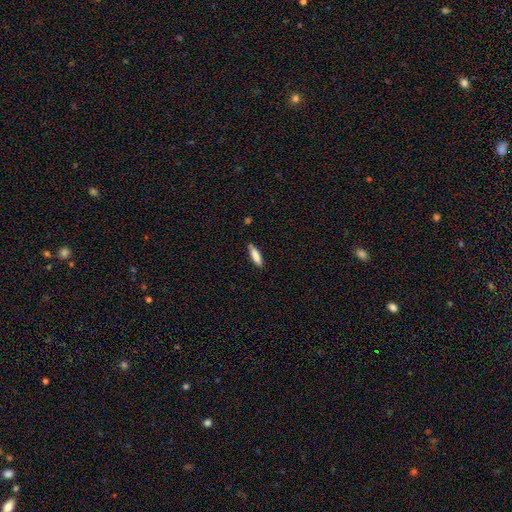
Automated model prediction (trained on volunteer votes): Overall: smooth (83%). How rounded: cigar-shaped (63%; in between 35%). Merging: none (82%).